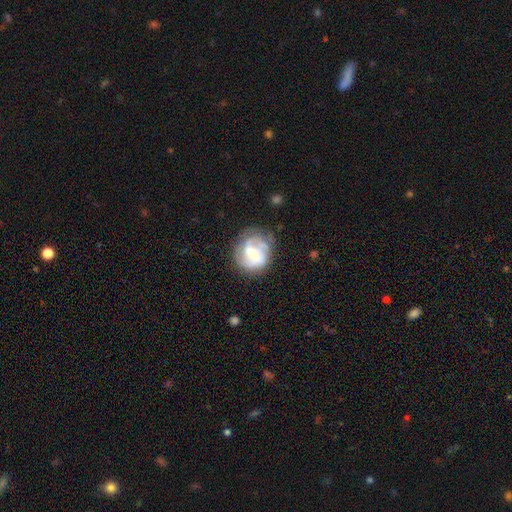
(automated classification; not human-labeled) Smooth or featured: featured or disk — 58% (smooth — 33%)
Edge-on disk: no — 97% (yes — 3%)
Bar: weak — 44% (no — 29%)
Spiral arms: yes — 65% (no — 35%)
Bulge size: moderate — 43% (small — 35%)
Merging: none — 62% (minor disturbance — 23%)